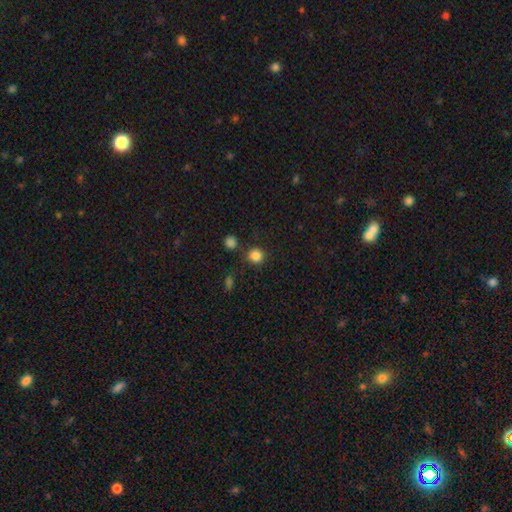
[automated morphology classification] type=smooth (84%); roundness=round (91%); merging=none (81%).